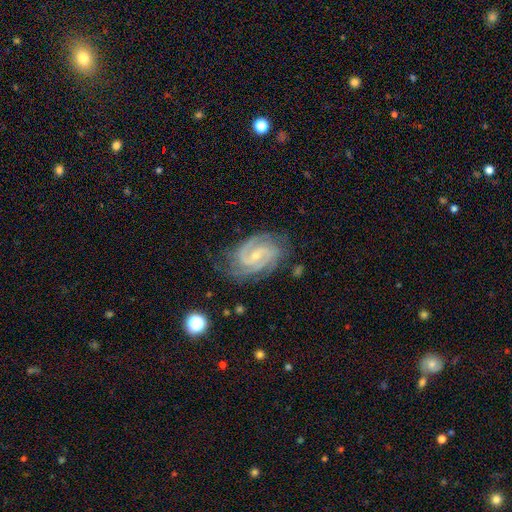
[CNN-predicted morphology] featured or disk 91%, star or artifact 5%, smooth 4%. Down the decision tree: edge-on disk — no (98%); bar — weak (47%); spiral arms — yes (99%); spiral arm count — 2 (68%); spiral winding — tight (53%); bulge size — small (70%); merging — none (75%).